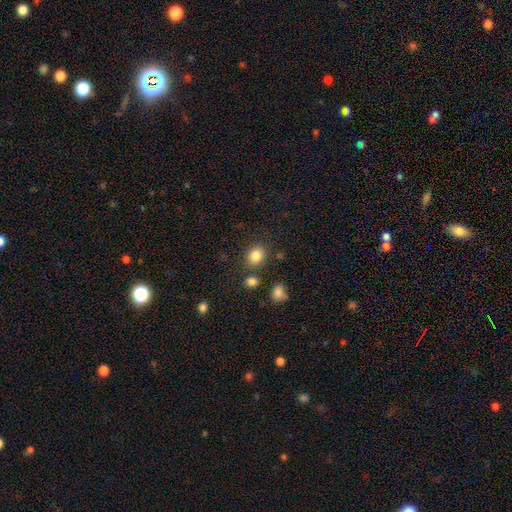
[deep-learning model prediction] The model was most divided on "how rounded": round: 50%, in between: 49%, cigar-shaped: 1%. More confident: smooth or featured — smooth (84%); merging — none (79%).